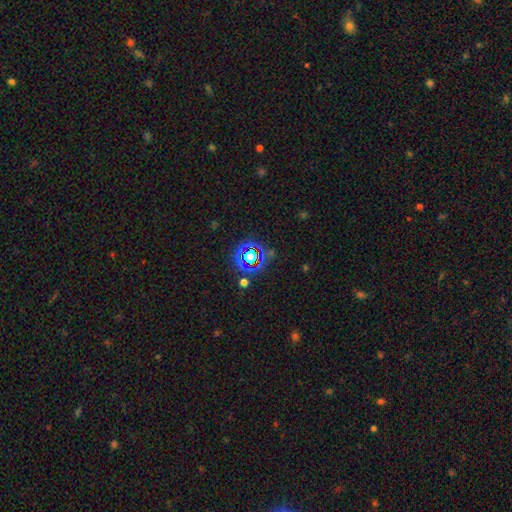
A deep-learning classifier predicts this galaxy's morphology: Smooth or featured? star or artifact (66%)